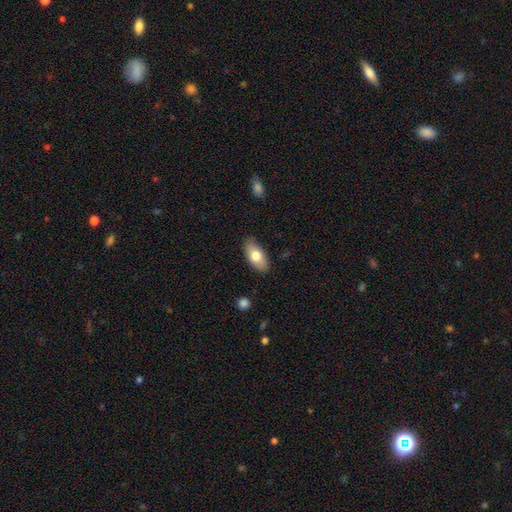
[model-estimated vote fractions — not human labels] This is likely a smooth galaxy (74%). How rounded: clearly in between (90%). Merging: clearly none (85%).